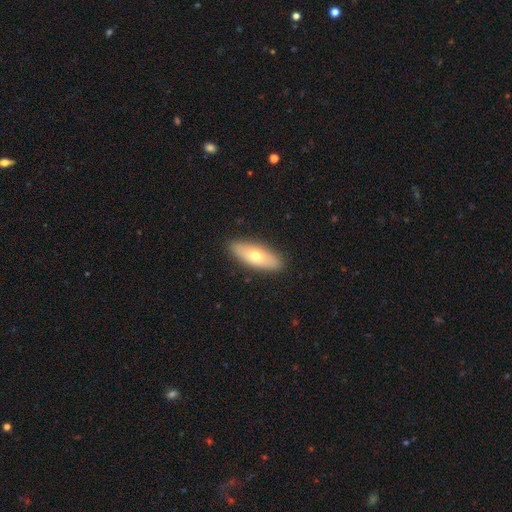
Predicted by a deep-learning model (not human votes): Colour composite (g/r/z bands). It shows a smooth galaxy with no disk features (64%) that is in between round and cigar-shaped (67%). Merging: none (89%).